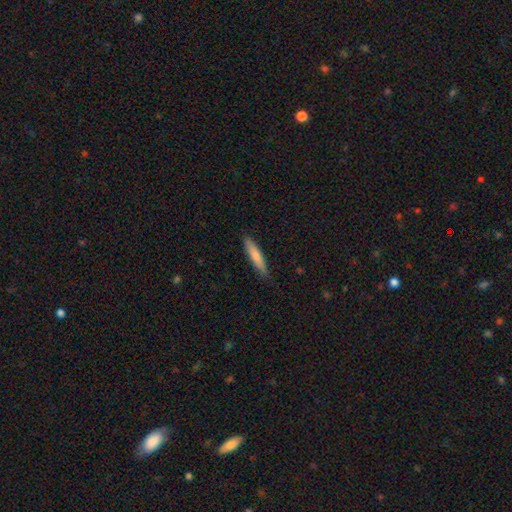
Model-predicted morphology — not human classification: smooth-or-featured: smooth: 78% | featured or disk: 17% | star or artifact: 5%
  how-rounded: cigar-shaped: 86% | in between: 13% | round: 1%
  merging: none: 86% | minor disturbance: 11% | major disturbance: 2% | merger: 1%